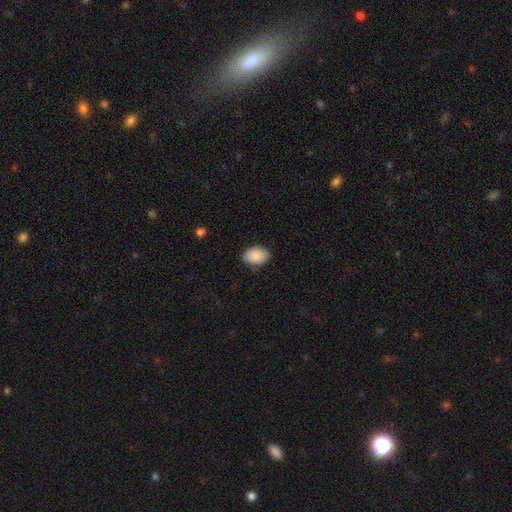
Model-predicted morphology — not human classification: Smooth or featured? Predicted: smooth (p=0.89). How rounded? Predicted: in between (p=0.86). Merging? Predicted: none (p=0.82).